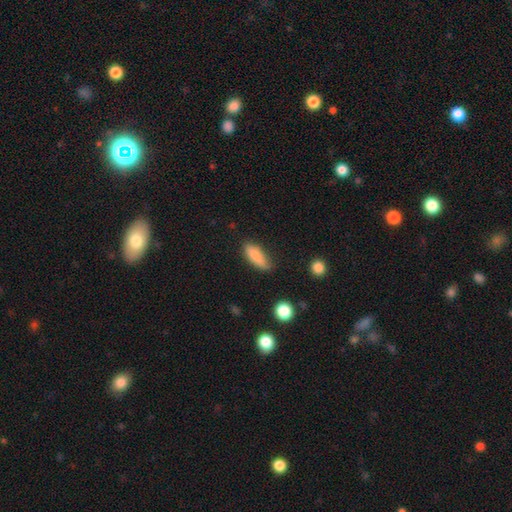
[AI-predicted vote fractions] smooth-or-featured: smooth: 85% | featured or disk: 8% | star or artifact: 7%
  how-rounded: in between: 62% | cigar-shaped: 35% | round: 2%
  merging: none: 68% | minor disturbance: 24% | major disturbance: 5% | merger: 2%